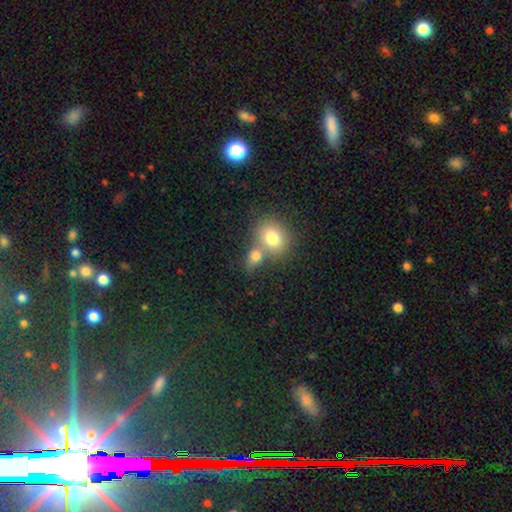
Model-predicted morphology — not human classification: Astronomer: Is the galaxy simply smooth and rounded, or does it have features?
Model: smooth — 78%.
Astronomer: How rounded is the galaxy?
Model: in between — 51% (runner-up: round, 47%).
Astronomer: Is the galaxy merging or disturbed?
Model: merger — 51% (runner-up: none, 36%).